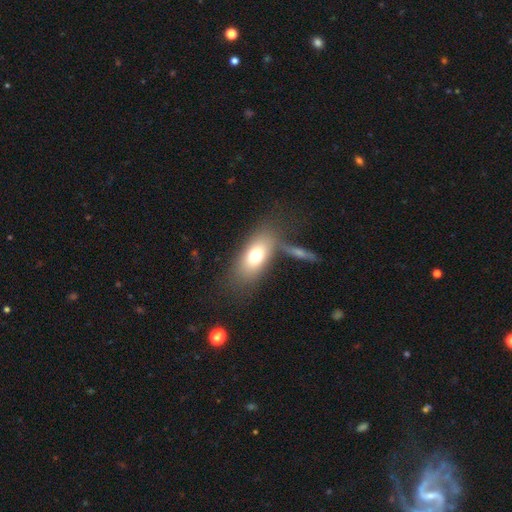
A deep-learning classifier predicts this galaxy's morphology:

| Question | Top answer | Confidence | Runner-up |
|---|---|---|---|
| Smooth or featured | smooth | 69% | featured or disk (22%) |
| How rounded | in between | 85% | round (8%) |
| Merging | none | 63% | minor disturbance (14%) |